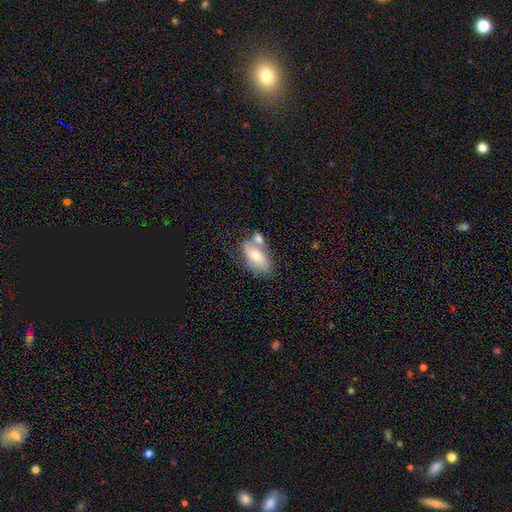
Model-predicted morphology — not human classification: Overall: smooth (59%; featured or disk 34%). How rounded: in between (88%). Merging: merger (36%; none 34%).